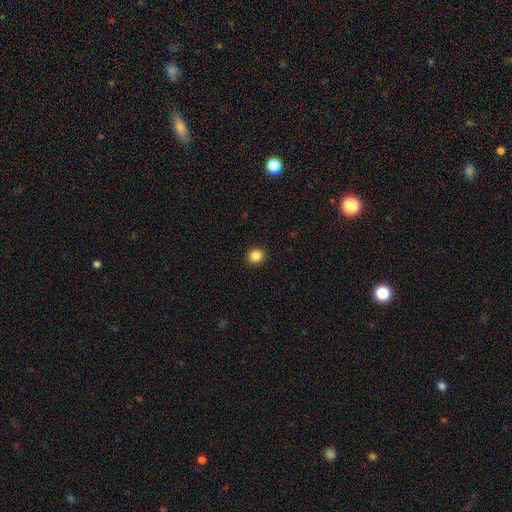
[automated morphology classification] type=smooth (86%); roundness=round (87%); merging=none (92%).